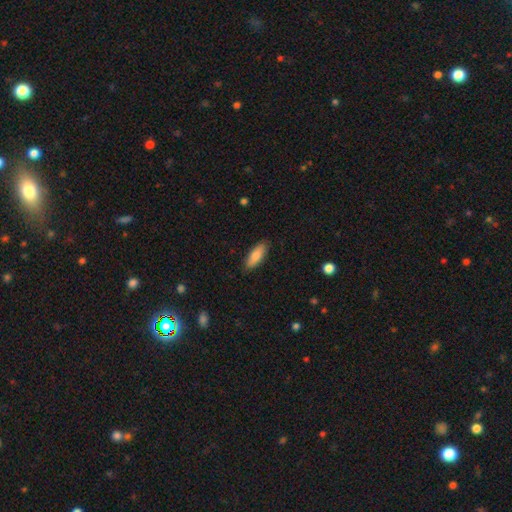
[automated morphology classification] Q: Smooth or featured?
A: smooth (79%); runner-up: featured or disk (15%)
Q: How rounded?
A: in between (68%); runner-up: cigar-shaped (30%)
Q: Merging?
A: none (86%); runner-up: minor disturbance (11%)